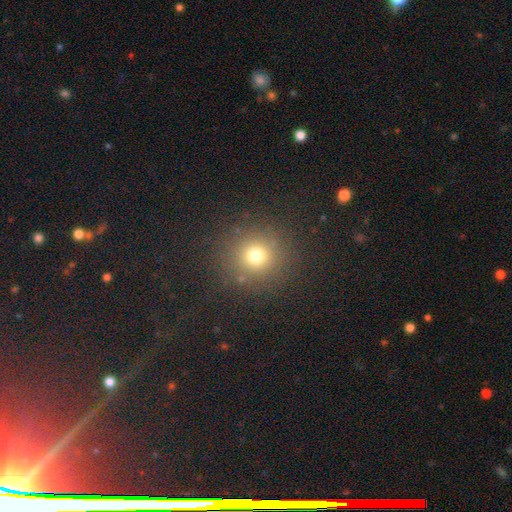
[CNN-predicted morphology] Smooth or featured?
  - smooth: 71% *
  - star or artifact: 20%
  - featured or disk: 9%
How rounded?
  - round: 92% *
  - in between: 7%
  - cigar-shaped: 1%
Merging?
  - none: 86% *
  - minor disturbance: 8%
  - major disturbance: 4%
  - merger: 2%